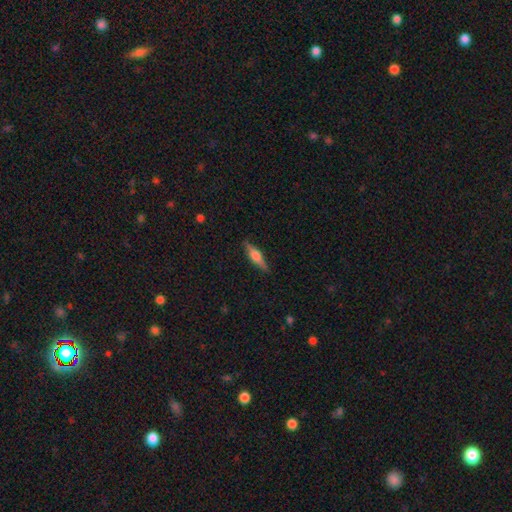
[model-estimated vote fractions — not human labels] A featured or disk galaxy (52%) viewed edge-on (94%). Merging: none (86%).